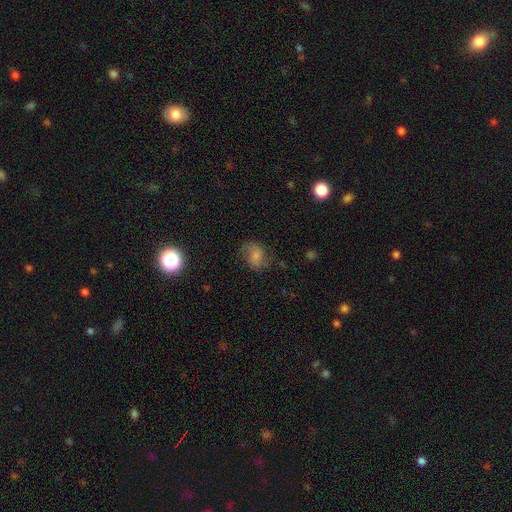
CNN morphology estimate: The model was most divided on "smooth or featured": featured or disk: 48%, smooth: 41%, star or artifact: 11%. More confident: merging — none (66%).